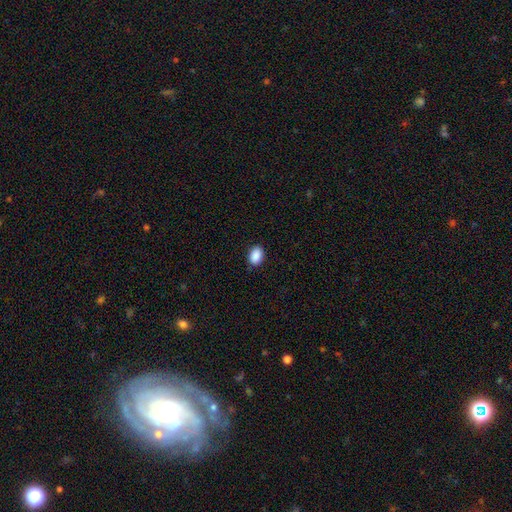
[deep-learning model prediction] Smooth or featured? Predicted: smooth (p=0.90). How rounded? Predicted: in between (p=0.87). Merging? Predicted: none (p=0.87).